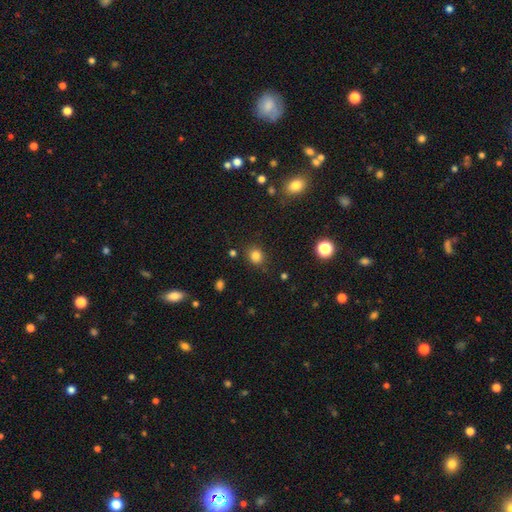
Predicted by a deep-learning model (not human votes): Morphology: type=smooth (82%); roundness=round (83%); merging=none (85%).